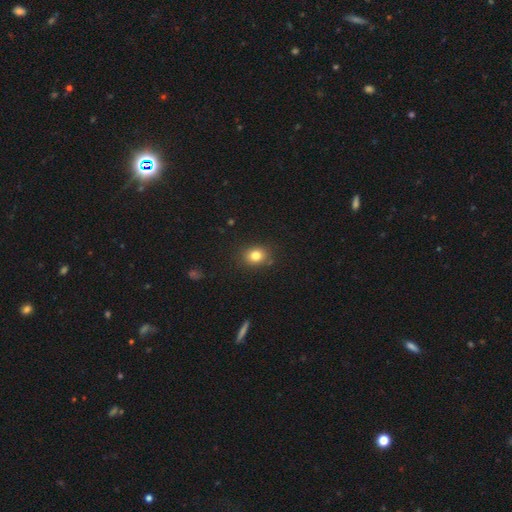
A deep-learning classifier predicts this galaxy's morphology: The model was most divided on "how rounded": round: 57%, in between: 42%, cigar-shaped: 1%. More confident: merging — none (85%); smooth or featured — smooth (81%).